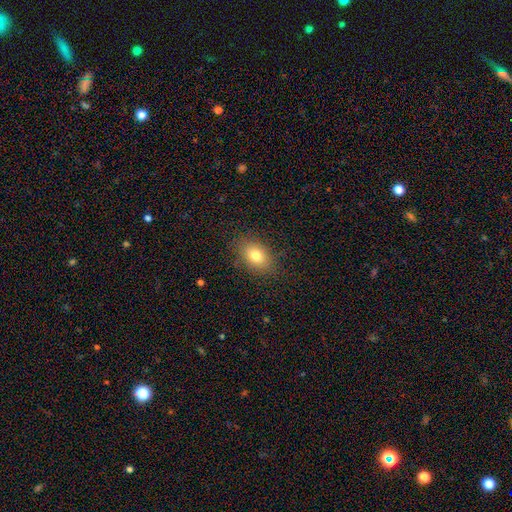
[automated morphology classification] Q: Smooth or featured?
A: smooth (78%); runner-up: featured or disk (11%)
Q: How rounded?
A: in between (79%); runner-up: round (20%)
Q: Merging?
A: none (84%); runner-up: minor disturbance (11%)